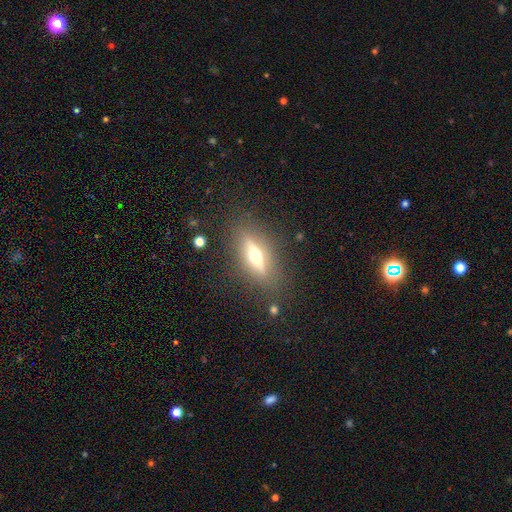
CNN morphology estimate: The model was most divided on "smooth or featured": featured or disk: 60%, smooth: 32%, star or artifact: 8%. More confident: edge-on bulge — rounded (94%); edge-on disk — yes (86%); merging — none (83%).